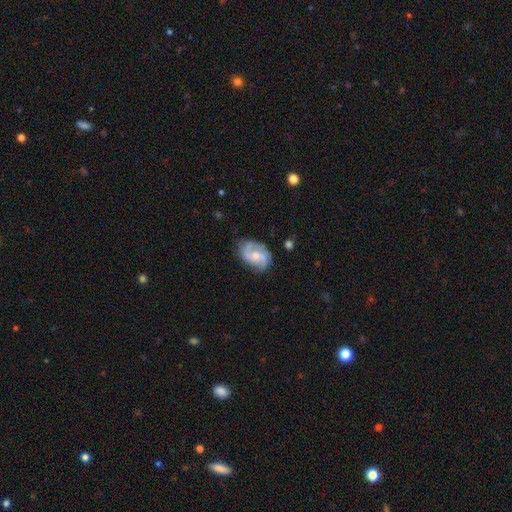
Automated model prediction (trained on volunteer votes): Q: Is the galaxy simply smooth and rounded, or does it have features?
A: featured or disk — 75%.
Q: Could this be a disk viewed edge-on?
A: no — 97%.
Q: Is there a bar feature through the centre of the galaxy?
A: no — 49%.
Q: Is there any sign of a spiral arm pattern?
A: yes — 92%.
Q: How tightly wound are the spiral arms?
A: medium — 45%.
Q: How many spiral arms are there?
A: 2 — 79%.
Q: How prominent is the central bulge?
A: moderate — 52%.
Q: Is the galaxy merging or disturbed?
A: none — 67%.